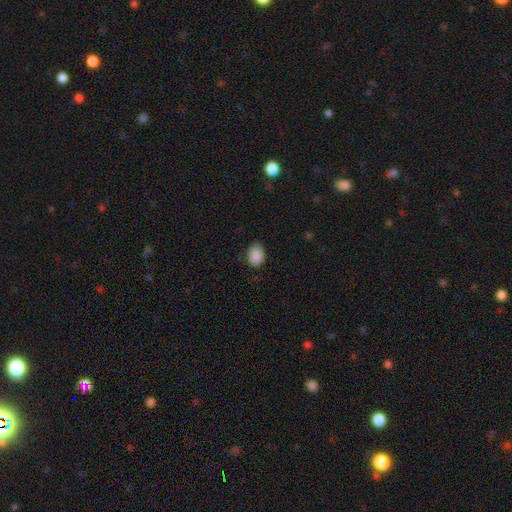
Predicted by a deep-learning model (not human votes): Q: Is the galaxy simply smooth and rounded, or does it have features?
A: smooth — 89%.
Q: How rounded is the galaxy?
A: in between — 69%.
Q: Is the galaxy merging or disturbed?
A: none — 81%.